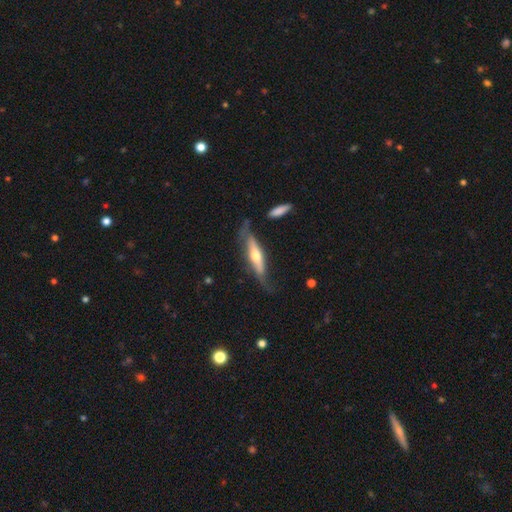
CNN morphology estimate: Smooth or featured: featured or disk — 60% (smooth — 35%)
Edge-on disk: yes — 76% (no — 24%)
Merging: none — 56% (minor disturbance — 27%)